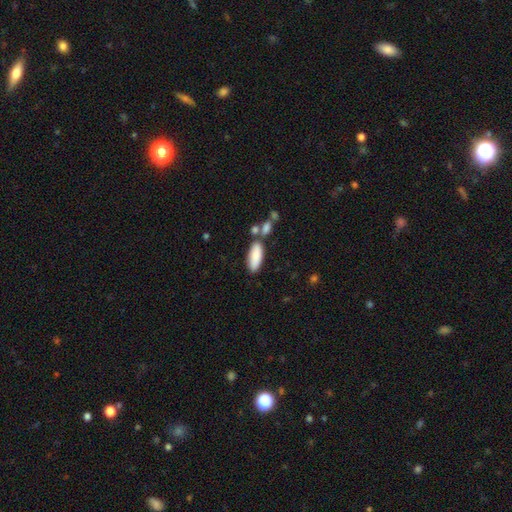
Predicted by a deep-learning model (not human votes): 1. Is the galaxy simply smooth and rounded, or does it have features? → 86% smooth, 8% featured or disk, 6% star or artifact.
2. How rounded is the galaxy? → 76% in between, 22% cigar-shaped, 2% round.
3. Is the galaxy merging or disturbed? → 67% none, 17% merger, 13% minor disturbance, 4% major disturbance.